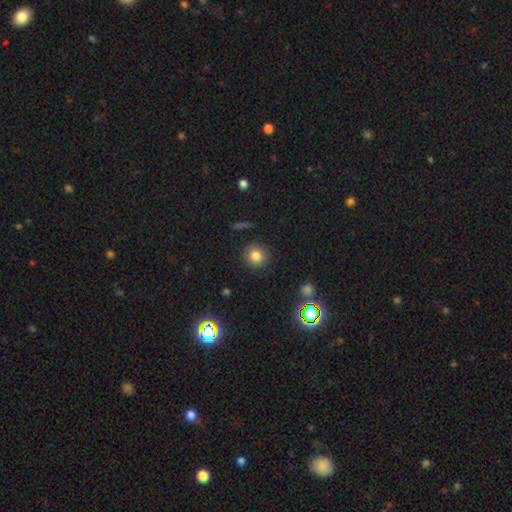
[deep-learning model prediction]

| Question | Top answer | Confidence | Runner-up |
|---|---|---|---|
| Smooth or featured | smooth | 79% | star or artifact (13%) |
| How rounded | round | 91% | in between (8%) |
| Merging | none | 89% | minor disturbance (8%) |